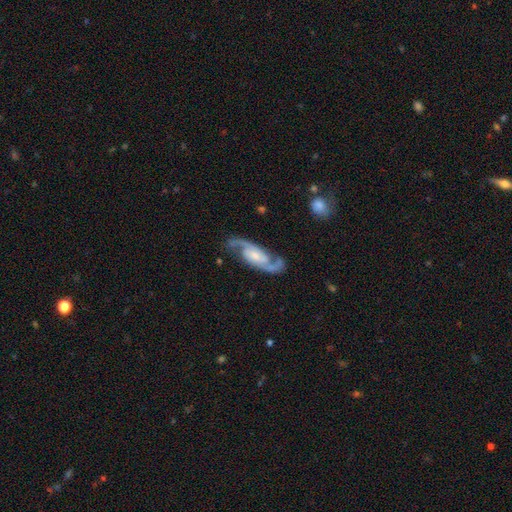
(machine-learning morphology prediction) smooth_or_featured: featured or disk (p=0.91) [alt: smooth p=0.04]
disk_edge_on: no (p=0.95) [alt: yes p=0.05]
bar: no (p=0.46) [alt: weak p=0.37]
has_spiral_arms: yes (p=0.98) [alt: no p=0.02]
spiral_winding: medium (p=0.56) [alt: loose p=0.26]
spiral_arm_count: 2 (p=0.94) [alt: can't tell p=0.02]
bulge_size: small (p=0.46) [alt: moderate p=0.39]
merging: none (p=0.79) [alt: minor disturbance p=0.14]